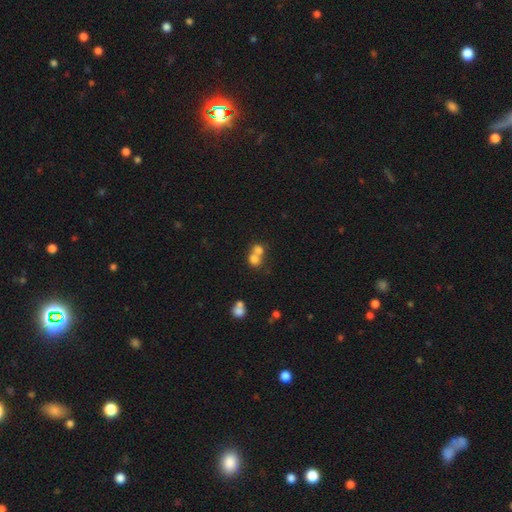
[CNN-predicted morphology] This appears to be a smooth galaxy with no disk features (73%) that is round (74%). Merging: merger (64%).